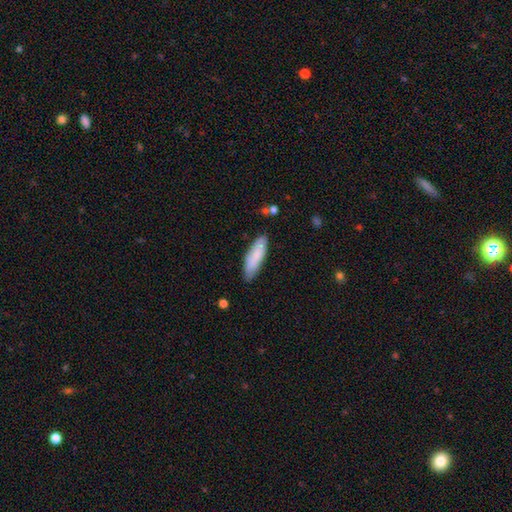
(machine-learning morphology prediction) smooth_or_featured: smooth (p=0.80) [alt: featured or disk p=0.14]
how_rounded: cigar-shaped (p=0.54) [alt: in between p=0.44]
merging: none (p=0.79) [alt: minor disturbance p=0.16]